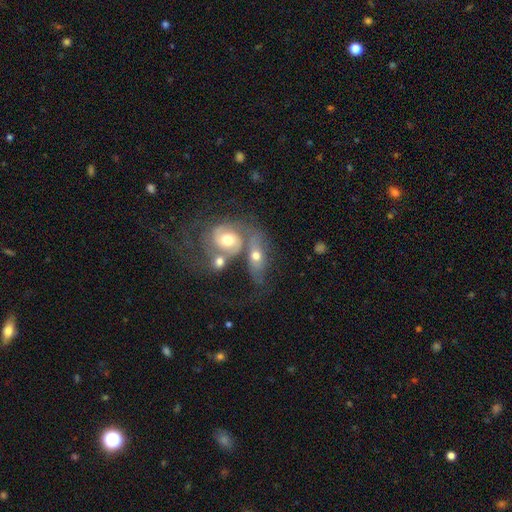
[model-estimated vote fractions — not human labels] A featured or disk galaxy (60%) with no bar (72%), spiral arms (78%) and a moderate central bulge (71%).

Vote fractions:
- Smooth or featured? featured or disk: 60% / smooth: 32% / star or artifact: 8%
- Edge-on disk? no: 92% / yes: 8%
- Bar? no: 72% / weak: 23% / strong: 6%
- Spiral arms? yes: 78% / no: 22%
- Bulge size? moderate: 71% / small: 16% / large: 10% / none: 2% / dominant: 2%
- Merging? merger: 55% / none: 23% / minor disturbance: 12% / major disturbance: 10%